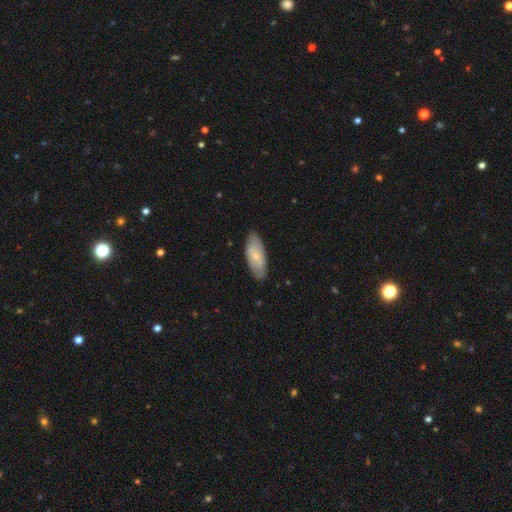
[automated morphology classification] This is likely a smooth galaxy (62%). How rounded: clearly in between (80%). Merging: clearly none (84%).